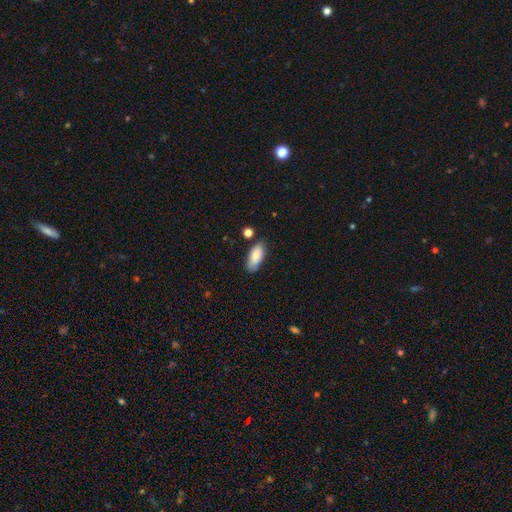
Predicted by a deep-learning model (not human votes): Smooth or featured? smooth (83%)
How rounded? in between (87%)
Merging? none (74%)